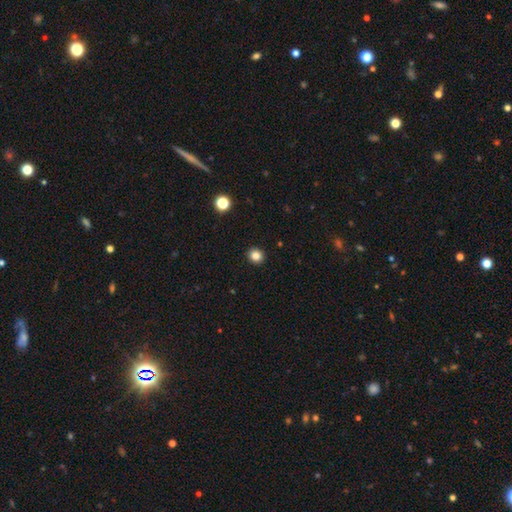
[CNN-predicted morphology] A smooth galaxy with no disk features (84%) that is round (87%).

Vote fractions:
- Smooth or featured? smooth: 84% / star or artifact: 12% / featured or disk: 4%
- How rounded? round: 87% / in between: 12% / cigar-shaped: 1%
- Merging? none: 93% / minor disturbance: 5% / major disturbance: 2% / merger: 1%